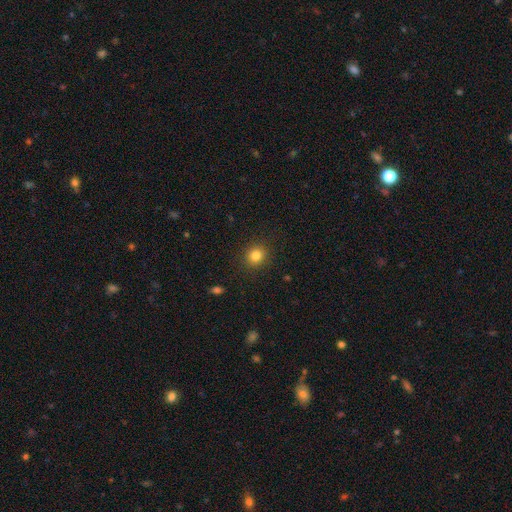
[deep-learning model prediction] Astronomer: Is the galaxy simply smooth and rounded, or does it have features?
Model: smooth — 83%.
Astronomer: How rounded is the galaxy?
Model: round — 82%.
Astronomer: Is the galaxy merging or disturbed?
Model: none — 90%.